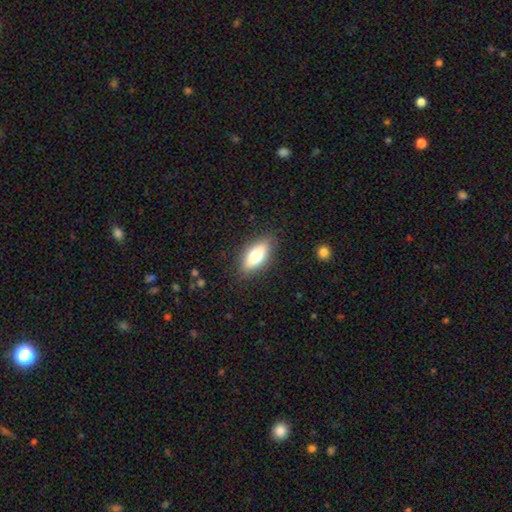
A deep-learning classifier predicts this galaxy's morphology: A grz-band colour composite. It shows a smooth galaxy with no disk features (67%) that is in between round and cigar-shaped (79%). Merging: none (86%).